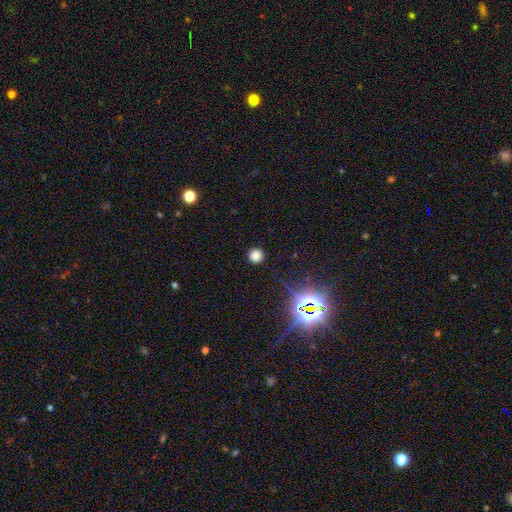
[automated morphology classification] smooth 76%, star or artifact 19%, featured or disk 5%. Down the decision tree: how rounded — round (94%); merging — none (91%).